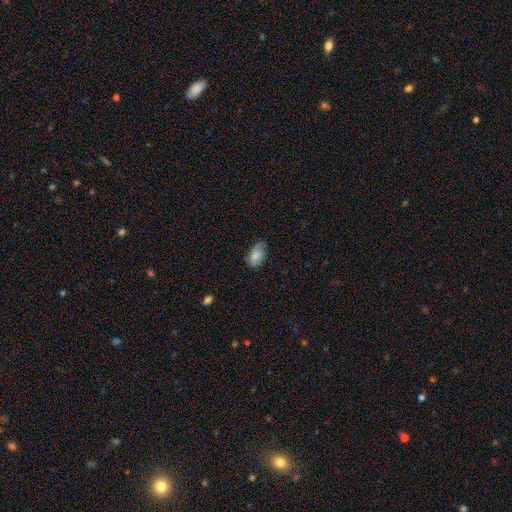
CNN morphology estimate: Smooth or featured? smooth (77%)
How rounded? in between (91%)
Merging? none (59%)